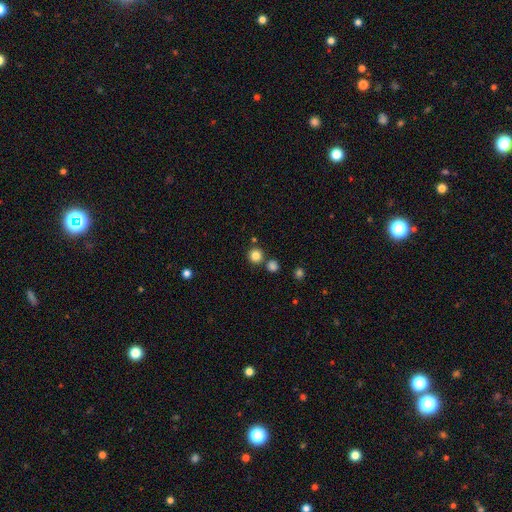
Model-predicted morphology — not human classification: A smooth galaxy with no disk features (83%) that is round (94%).

Vote fractions:
- Smooth or featured? smooth: 83% / star or artifact: 12% / featured or disk: 5%
- How rounded? round: 94% / in between: 5% / cigar-shaped: 1%
- Merging? none: 80% / merger: 11% / minor disturbance: 7% / major disturbance: 2%